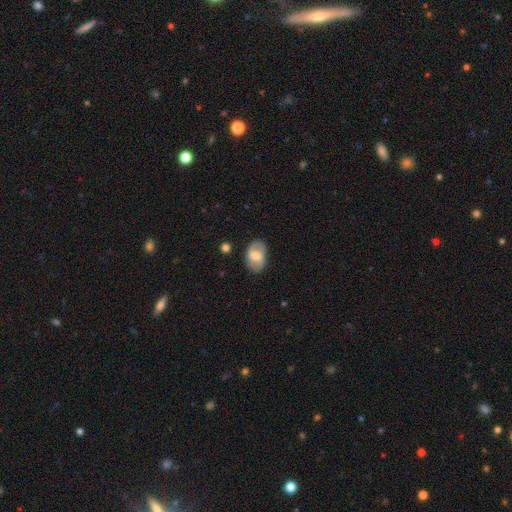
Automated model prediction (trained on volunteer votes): Overall: smooth (47%; featured or disk 46%). Merging: none (76%).